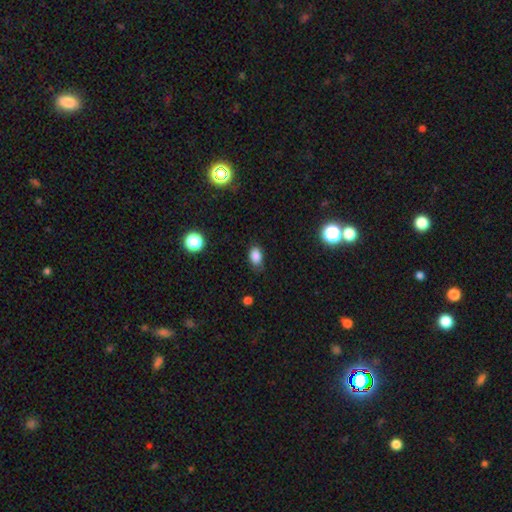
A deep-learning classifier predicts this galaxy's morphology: The model was most divided on "merging": none: 74%, minor disturbance: 21%, major disturbance: 4%, merger: 1%. More confident: smooth or featured — smooth (84%); how rounded — in between (84%).